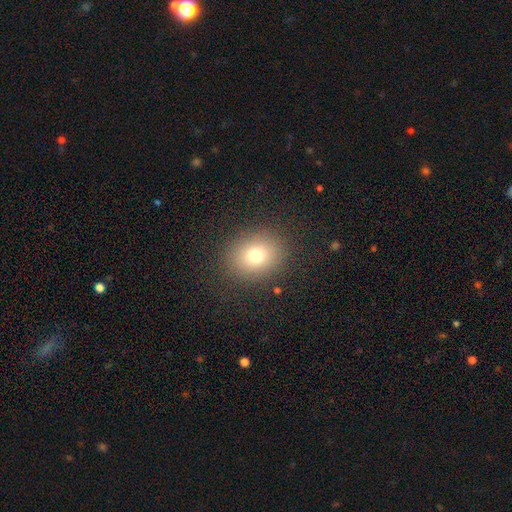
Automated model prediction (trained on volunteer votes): Smooth or featured? Predicted: smooth (p=0.74). How rounded? Predicted: round (p=0.68). Merging? Predicted: none (p=0.87).